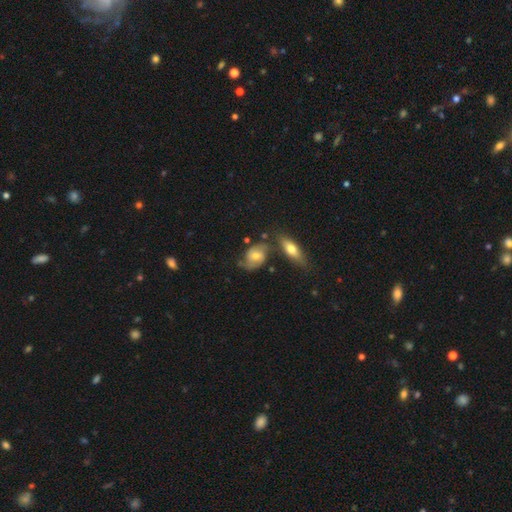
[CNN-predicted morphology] A featured or disk galaxy (52%).

Vote fractions:
- Smooth or featured? featured or disk: 52% / smooth: 41% / star or artifact: 8%
- Edge-on disk? no: 90% / yes: 10%
- Merging? none: 56% / minor disturbance: 21% / merger: 15% / major disturbance: 8%